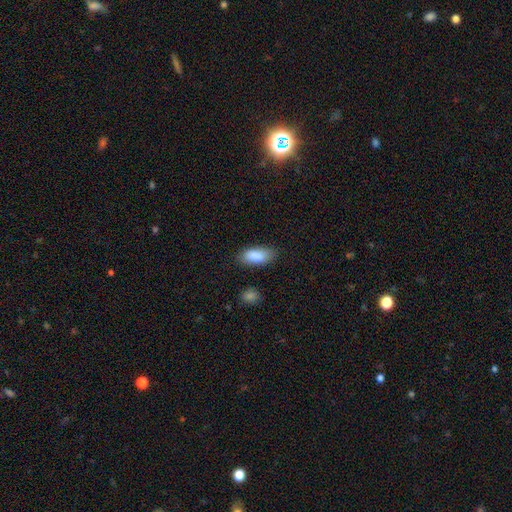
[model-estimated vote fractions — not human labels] Smooth or featured?
  - smooth: 88% *
  - star or artifact: 6%
  - featured or disk: 6%
How rounded?
  - in between: 87% *
  - cigar-shaped: 11%
  - round: 2%
Merging?
  - none: 80% *
  - minor disturbance: 14%
  - major disturbance: 3%
  - merger: 2%